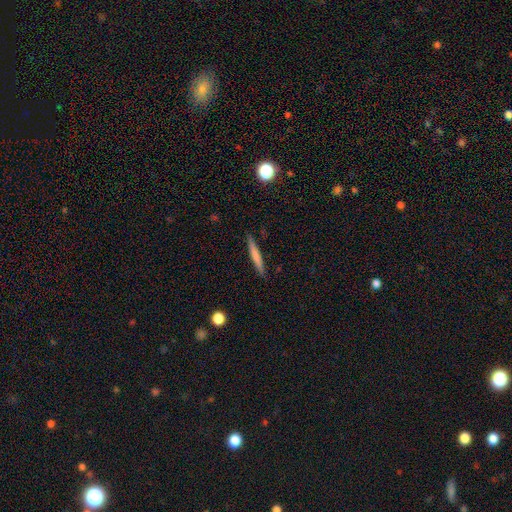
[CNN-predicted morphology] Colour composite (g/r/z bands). It shows a smooth galaxy with no disk features (66%) that is cigar-shaped (96%). Merging: none (90%).